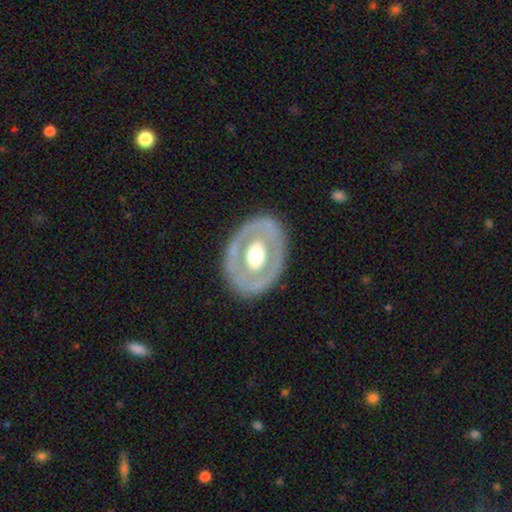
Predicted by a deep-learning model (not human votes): Morphology: type=featured or disk (65%); edge-on=no (93%); bar=no (70%); spiral arms=no (86%); bulge=moderate (61%); merging=none (81%).